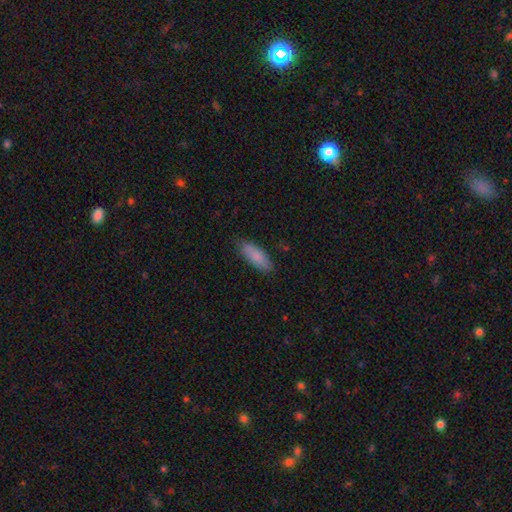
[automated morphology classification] Smooth or featured?
  - smooth: 85% *
  - featured or disk: 10%
  - star or artifact: 6%
How rounded?
  - in between: 65% *
  - cigar-shaped: 33%
  - round: 2%
Merging?
  - none: 80% *
  - minor disturbance: 16%
  - major disturbance: 3%
  - merger: 1%